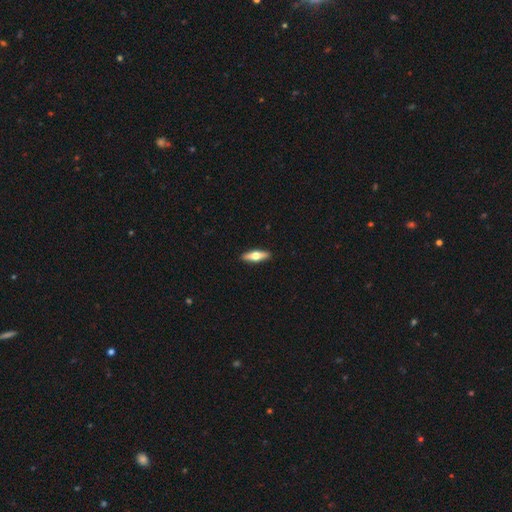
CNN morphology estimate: A featured or disk galaxy (49%).

Vote fractions:
- Smooth or featured? featured or disk: 49% / smooth: 46% / star or artifact: 5%
- Merging? none: 91% / minor disturbance: 6% / major disturbance: 1% / merger: 1%